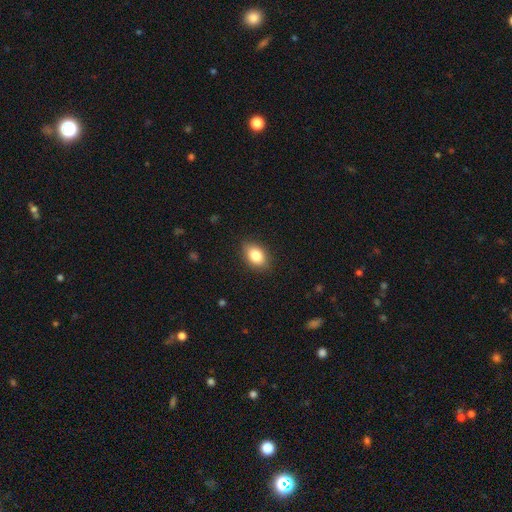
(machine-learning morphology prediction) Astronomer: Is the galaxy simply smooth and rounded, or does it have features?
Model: smooth — 84%.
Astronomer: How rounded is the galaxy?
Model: in between — 82%.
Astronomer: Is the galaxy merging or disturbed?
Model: none — 86%.